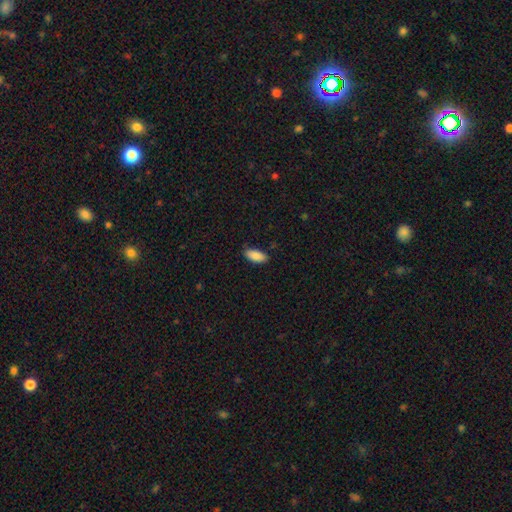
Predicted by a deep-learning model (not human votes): smooth_or_featured: smooth (p=0.89) [alt: star or artifact p=0.06]
how_rounded: in between (p=0.89) [alt: cigar-shaped p=0.09]
merging: none (p=0.85) [alt: minor disturbance p=0.12]